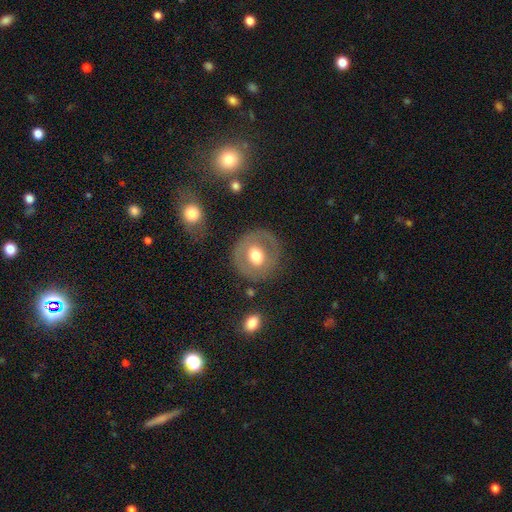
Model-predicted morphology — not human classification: Smooth or featured?
  - smooth: 50% *
  - featured or disk: 42%
  - star or artifact: 7%
How rounded?
  - round: 83% *
  - in between: 16%
  - cigar-shaped: 1%
Merging?
  - none: 78% *
  - minor disturbance: 13%
  - major disturbance: 6%
  - merger: 3%